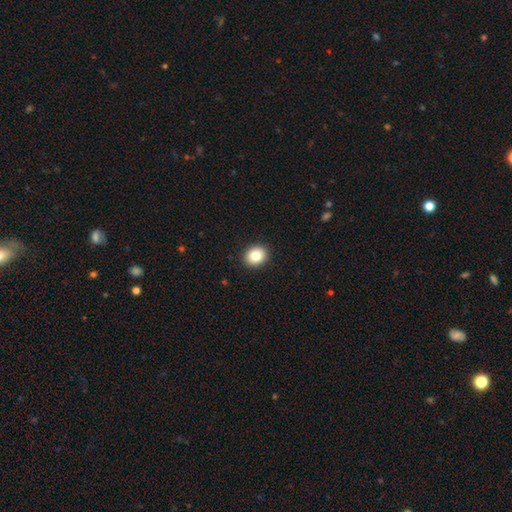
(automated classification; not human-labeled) Smooth or featured? Predicted: smooth (p=0.83). How rounded? Predicted: round (p=0.59). Merging? Predicted: none (p=0.92).